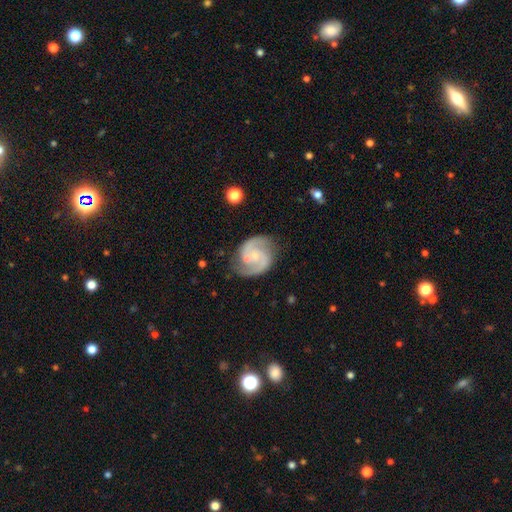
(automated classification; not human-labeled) Smooth or featured: featured or disk — 89% (smooth — 7%)
Edge-on disk: no — 98% (yes — 2%)
Bar: no — 58% (weak — 35%)
Spiral arms: yes — 98% (no — 2%)
Spiral winding: medium — 58% (tight — 26%)
Spiral arm count: 2 — 92% (can't tell — 2%)
Bulge size: small — 67% (moderate — 21%)
Merging: none — 76% (minor disturbance — 16%)